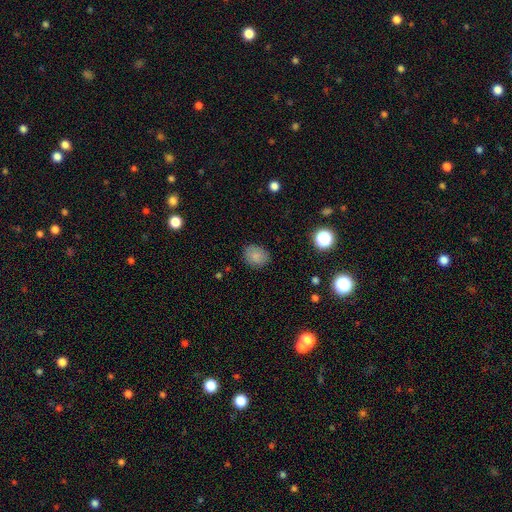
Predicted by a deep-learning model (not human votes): Q: Smooth or featured?
A: smooth (83%); runner-up: star or artifact (11%)
Q: How rounded?
A: round (51%); runner-up: in between (48%)
Q: Merging?
A: none (85%); runner-up: minor disturbance (11%)